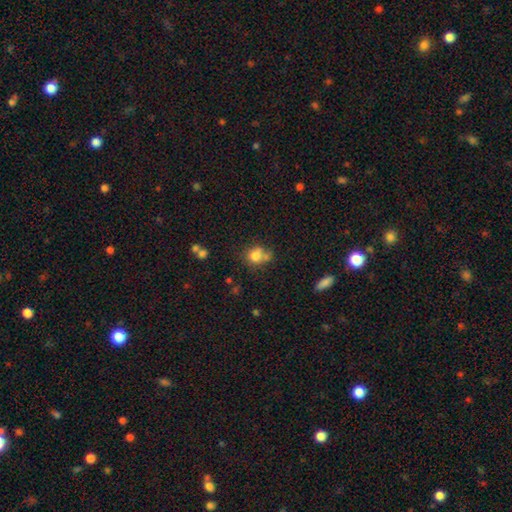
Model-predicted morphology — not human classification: Smooth or featured? Predicted: smooth (p=0.77). How rounded? Predicted: round (p=0.67). Merging? Predicted: none (p=0.44).